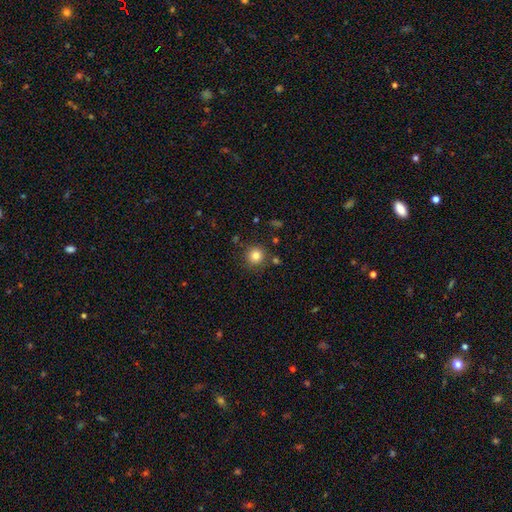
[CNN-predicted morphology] Smooth or featured?
  - smooth: 82% *
  - star or artifact: 12%
  - featured or disk: 6%
How rounded?
  - round: 94% *
  - in between: 5%
  - cigar-shaped: 1%
Merging?
  - none: 86% *
  - minor disturbance: 8%
  - merger: 4%
  - major disturbance: 3%